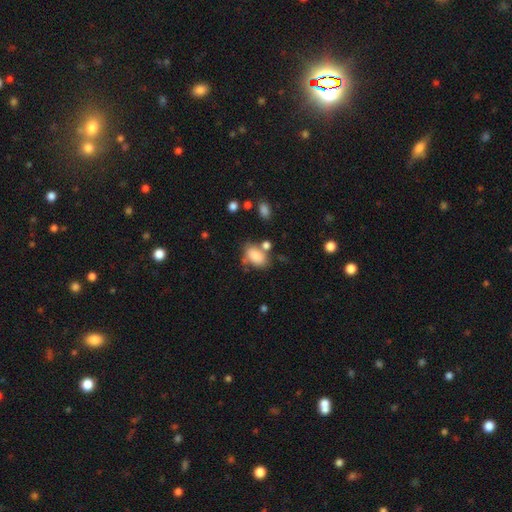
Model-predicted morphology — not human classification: smooth-or-featured: smooth: 81% | featured or disk: 10% | star or artifact: 9%
  how-rounded: in between: 86% | round: 12% | cigar-shaped: 2%
  merging: none: 51% | minor disturbance: 20% | merger: 20% | major disturbance: 9%